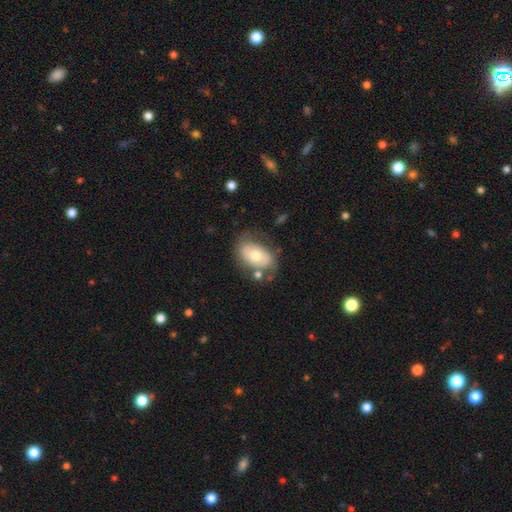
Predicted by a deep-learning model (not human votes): A smooth galaxy with no disk features (61%) that is in between round and cigar-shaped (89%).

Vote fractions:
- Smooth or featured? smooth: 61% / featured or disk: 33% / star or artifact: 6%
- How rounded? in between: 89% / round: 10% / cigar-shaped: 1%
- Merging? none: 59% / minor disturbance: 23% / major disturbance: 11% / merger: 8%